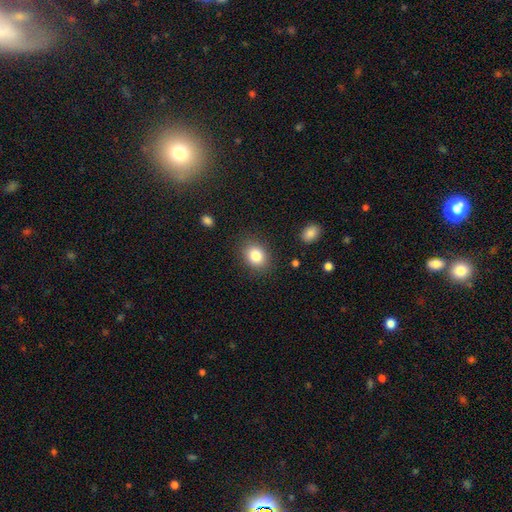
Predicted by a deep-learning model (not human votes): The model was most divided on "how rounded": round: 53%, in between: 47%, cigar-shaped: 1%. More confident: merging — none (86%); smooth or featured — smooth (83%).